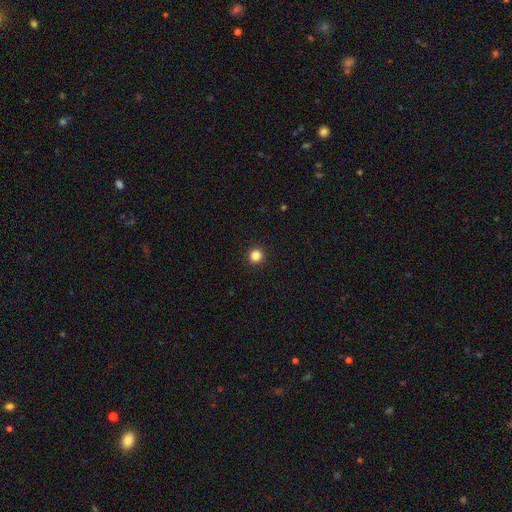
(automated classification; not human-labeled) Smooth or featured?
  - smooth: 85% *
  - star or artifact: 12%
  - featured or disk: 4%
How rounded?
  - round: 95% *
  - in between: 4%
  - cigar-shaped: 1%
Merging?
  - none: 94% *
  - minor disturbance: 4%
  - major disturbance: 1%
  - merger: 1%